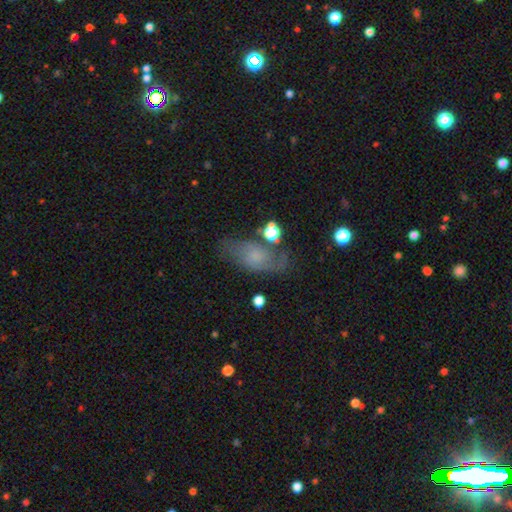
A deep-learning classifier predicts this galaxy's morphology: Q: Smooth or featured?
A: featured or disk (44%); tied with: smooth (44%)
Q: Merging?
A: none (58%); runner-up: minor disturbance (23%)